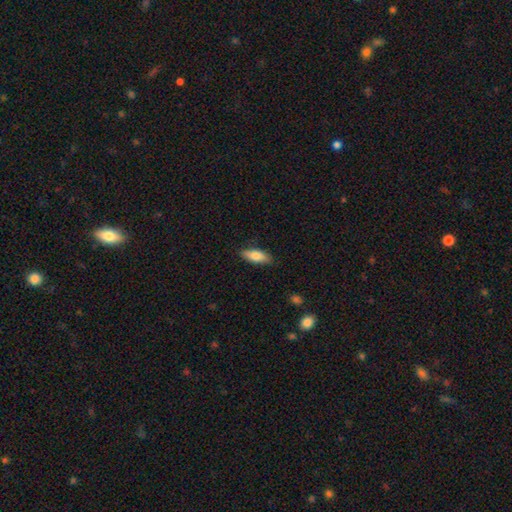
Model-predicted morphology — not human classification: Q: Smooth or featured?
A: smooth (79%); runner-up: featured or disk (15%)
Q: How rounded?
A: in between (71%); runner-up: cigar-shaped (27%)
Q: Merging?
A: none (84%); runner-up: minor disturbance (12%)